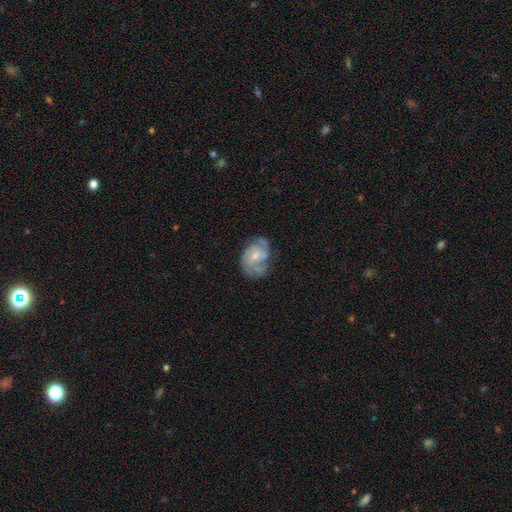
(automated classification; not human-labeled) A featured or disk galaxy (75%) with no bar (64%), 3 (29%, tied with 2) tight (43%) spiral arms (88%) and a small central bulge (53%). Merging: none (58%).